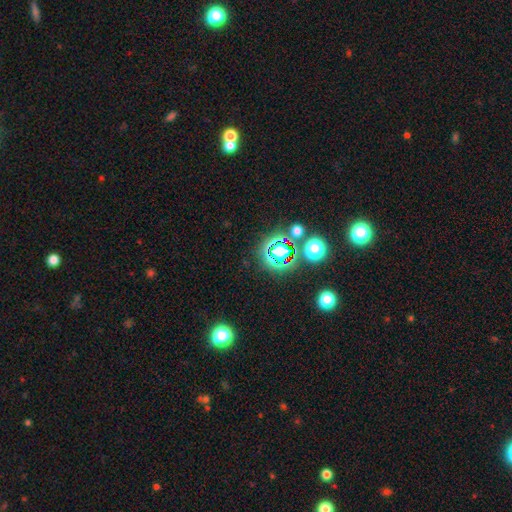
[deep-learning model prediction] smooth_or_featured: star or artifact (p=0.74) [alt: smooth p=0.18]